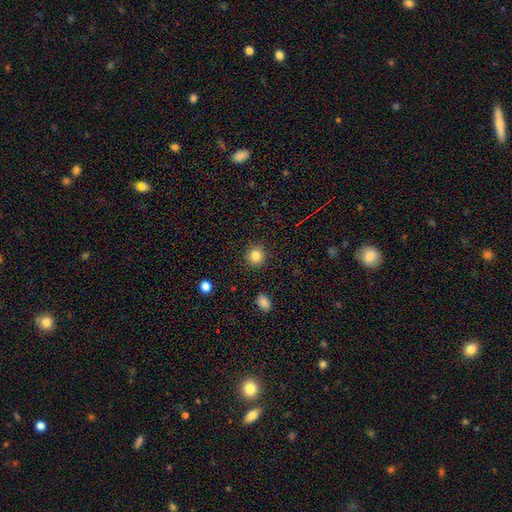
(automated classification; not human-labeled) Overall: smooth (85%). How rounded: round (91%). Merging: none (90%).